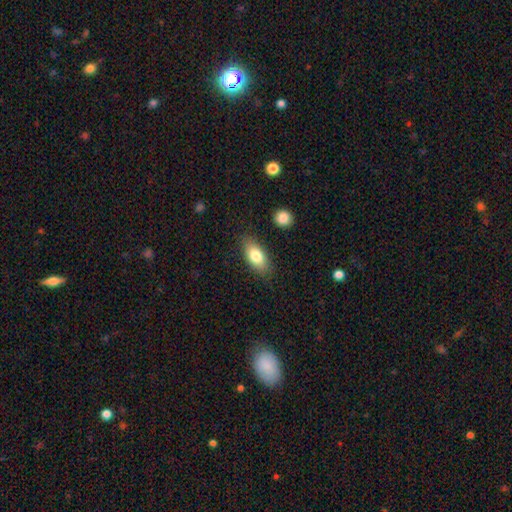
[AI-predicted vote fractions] smooth 79%, featured or disk 13%, star or artifact 7%. Down the decision tree: how rounded — in between (88%); merging — none (83%).